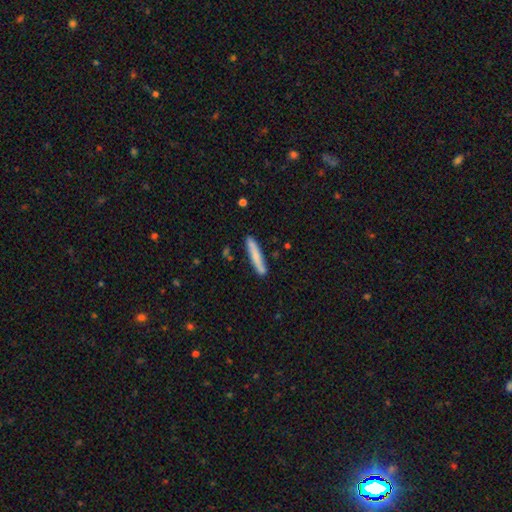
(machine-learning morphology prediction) Smooth or featured? Predicted: smooth (p=0.75). How rounded? Predicted: cigar-shaped (p=0.94). Merging? Predicted: none (p=0.86).